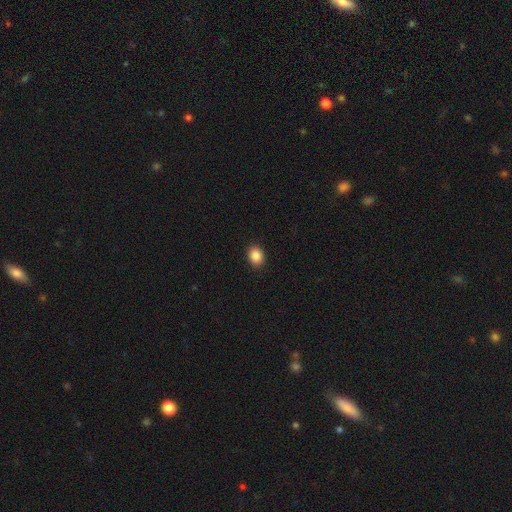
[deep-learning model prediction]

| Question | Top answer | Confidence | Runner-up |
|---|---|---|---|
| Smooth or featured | smooth | 87% | star or artifact (9%) |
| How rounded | in between | 61% | round (38%) |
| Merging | none | 91% | minor disturbance (7%) |